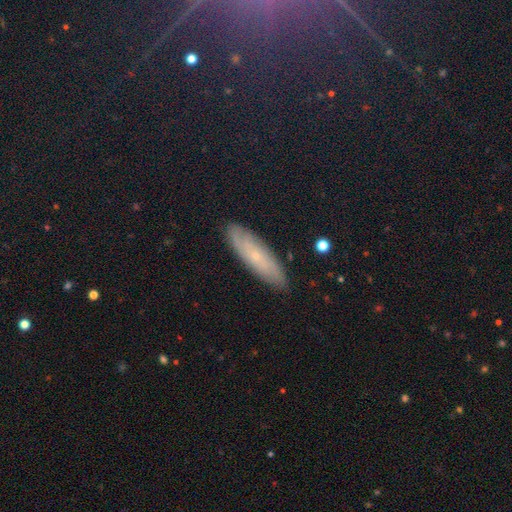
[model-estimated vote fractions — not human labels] This appears to be a featured or disk galaxy (49%). Merging: none (86%).